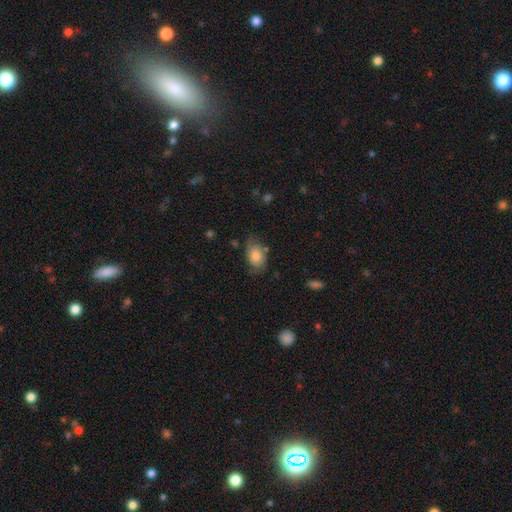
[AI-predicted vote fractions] A smooth galaxy with no disk features (66%) that is in between round and cigar-shaped (84%).

Vote fractions:
- Smooth or featured? smooth: 66% / featured or disk: 26% / star or artifact: 8%
- How rounded? in between: 84% / round: 14% / cigar-shaped: 2%
- Merging? none: 59% / minor disturbance: 28% / major disturbance: 10% / merger: 3%